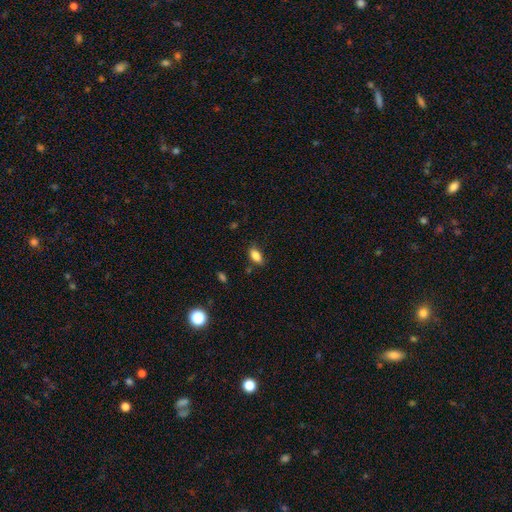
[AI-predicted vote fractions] Morphology: type=smooth (85%); roundness=in between (88%); merging=none (80%).